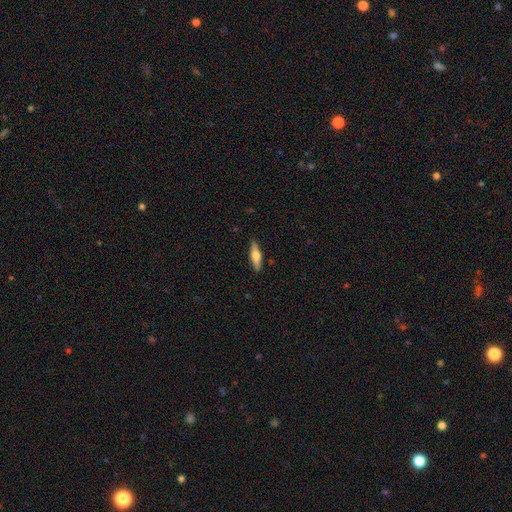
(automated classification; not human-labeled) A smooth galaxy with no disk features (53%) that is cigar-shaped (61%). Merging: none (89%).